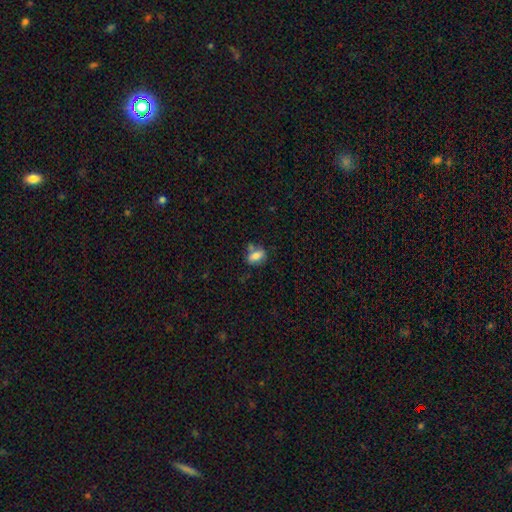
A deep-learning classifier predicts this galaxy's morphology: A smooth galaxy with no disk features (75%) that is in between round and cigar-shaped (79%). Merging: none (55%).